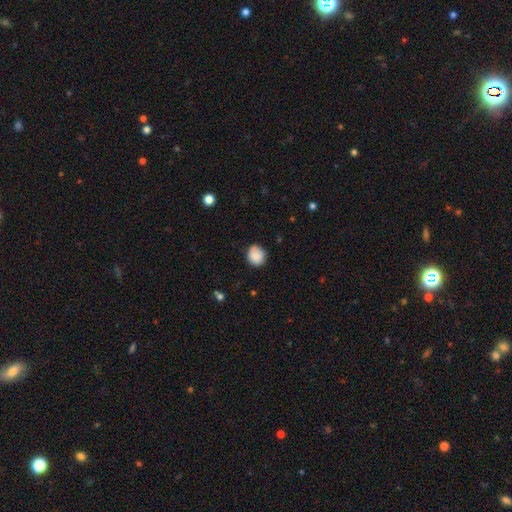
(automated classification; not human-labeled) smooth_or_featured: smooth (p=0.85) [alt: star or artifact p=0.08]
how_rounded: round (p=0.81) [alt: in between p=0.18]
merging: none (p=0.77) [alt: minor disturbance p=0.18]